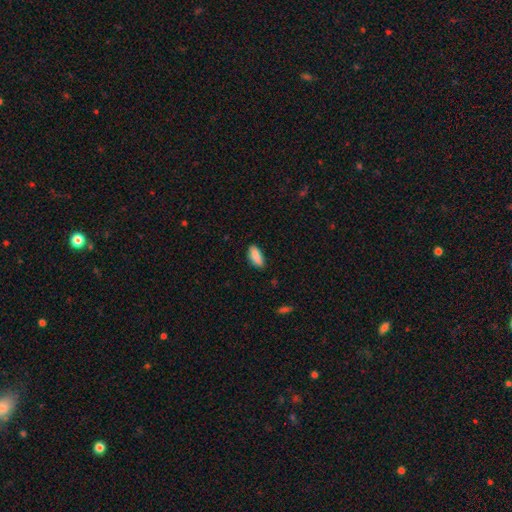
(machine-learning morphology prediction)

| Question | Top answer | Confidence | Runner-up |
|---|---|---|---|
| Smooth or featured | smooth | 88% | star or artifact (7%) |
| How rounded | in between | 81% | cigar-shaped (17%) |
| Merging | none | 74% | minor disturbance (21%) |